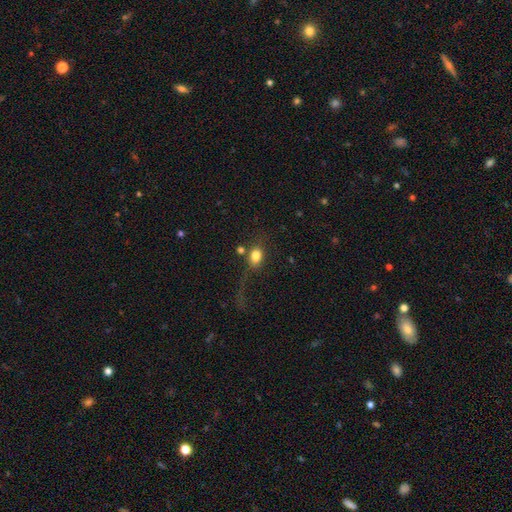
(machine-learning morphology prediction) The model was most divided on "how rounded": in between: 63%, round: 35%, cigar-shaped: 2%. More confident: smooth or featured — smooth (80%); merging — none (53%).